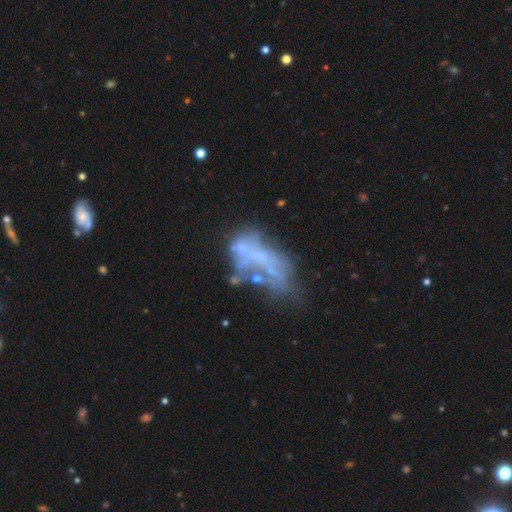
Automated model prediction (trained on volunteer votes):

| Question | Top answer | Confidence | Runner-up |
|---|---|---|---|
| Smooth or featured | featured or disk | 59% | smooth (25%) |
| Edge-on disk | no | 96% | yes (4%) |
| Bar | no | 92% | weak (5%) |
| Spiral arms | no | 95% | yes (5%) |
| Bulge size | none | 79% | small (12%) |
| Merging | major disturbance | 30% | tied: none (30%) |